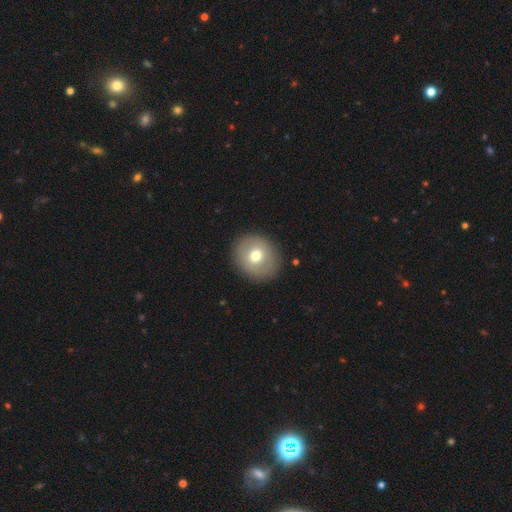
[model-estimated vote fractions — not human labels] Smooth or featured? smooth (66%)
How rounded? round (75%)
Merging? none (88%)